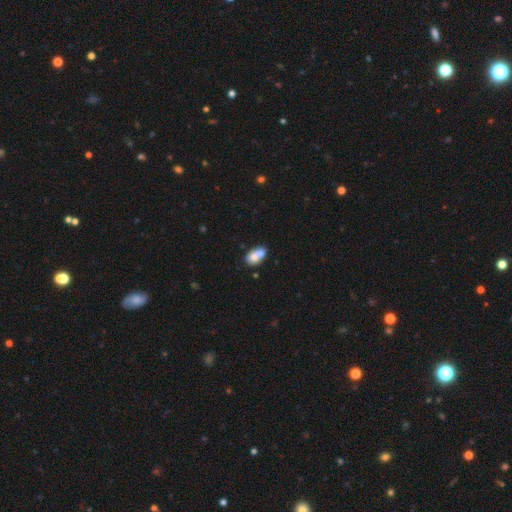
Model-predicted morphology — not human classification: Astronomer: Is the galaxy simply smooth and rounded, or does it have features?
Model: smooth — 70%.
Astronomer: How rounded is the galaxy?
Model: in between — 82%.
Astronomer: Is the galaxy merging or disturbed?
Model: merger — 48% (runner-up: none, 32%).